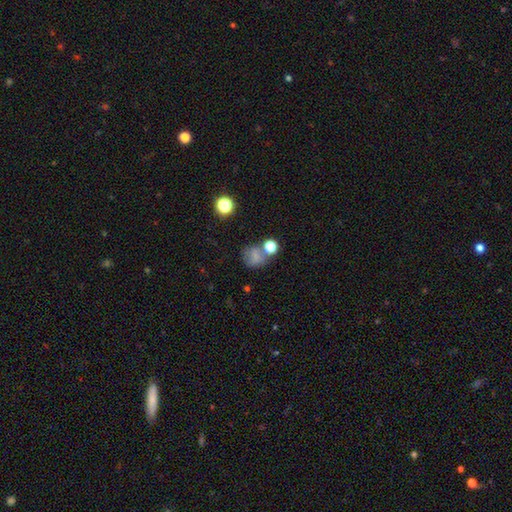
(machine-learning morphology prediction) Overall: smooth (67%). How rounded: round (71%). Merging: none (48%; merger 22%).